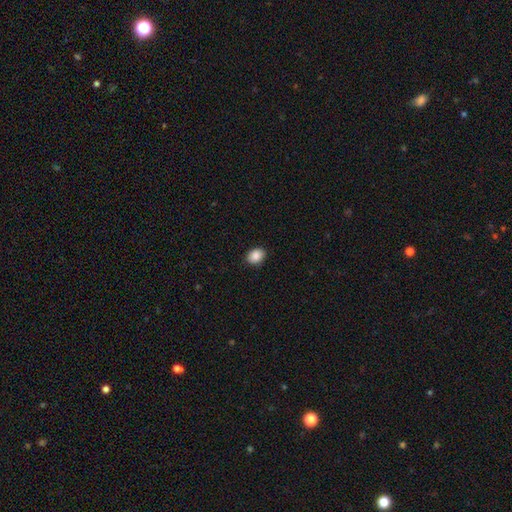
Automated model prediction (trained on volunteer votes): smooth 89%, star or artifact 8%, featured or disk 3%. Down the decision tree: how rounded — in between (61%); merging — none (89%).